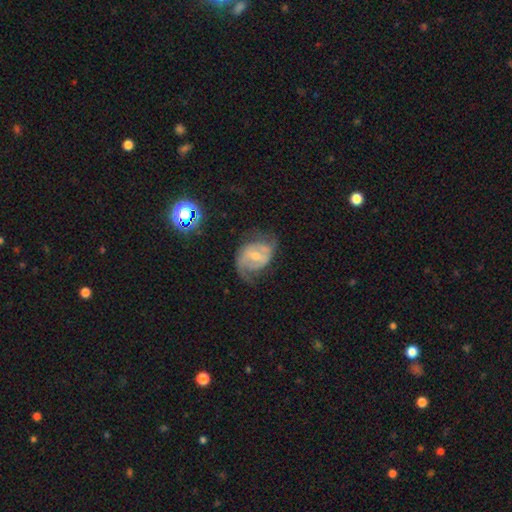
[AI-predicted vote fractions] smooth-or-featured: featured or disk: 74% | smooth: 18% | star or artifact: 8%
  disk-edge-on: no: 97% | yes: 3%
    bar: weak: 48% | no: 32% | strong: 19%
    has-spiral-arms: yes: 86% | no: 14%
      spiral-winding: medium: 45% | loose: 30% | tight: 25%
      spiral-arm-count: 2: 70% | can't tell: 15% | 1: 9% | 3: 3% | 4: 1% | more than 4: 1%
    bulge-size: moderate: 52% | small: 42% | large: 3% | none: 2% | dominant: 1%
  merging: none: 53% | minor disturbance: 25% | major disturbance: 20% | merger: 2%